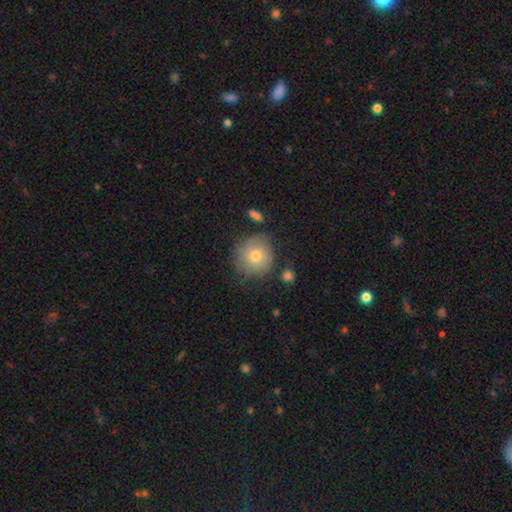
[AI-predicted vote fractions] Overall: smooth (74%). How rounded: round (91%). Merging: none (72%).